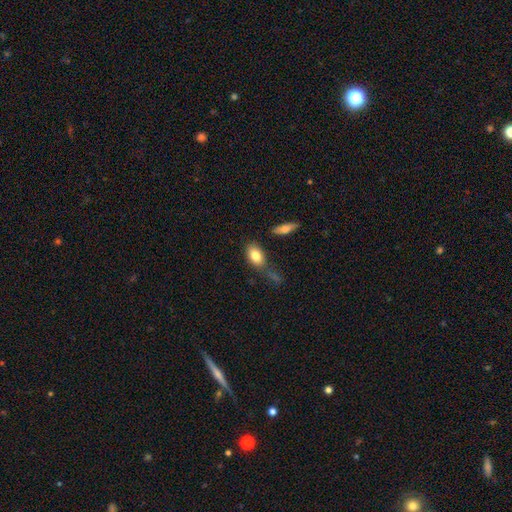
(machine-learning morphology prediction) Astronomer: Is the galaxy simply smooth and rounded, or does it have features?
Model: smooth — 82%.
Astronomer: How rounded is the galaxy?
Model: in between — 88%.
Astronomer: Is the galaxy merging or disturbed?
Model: none — 64%.